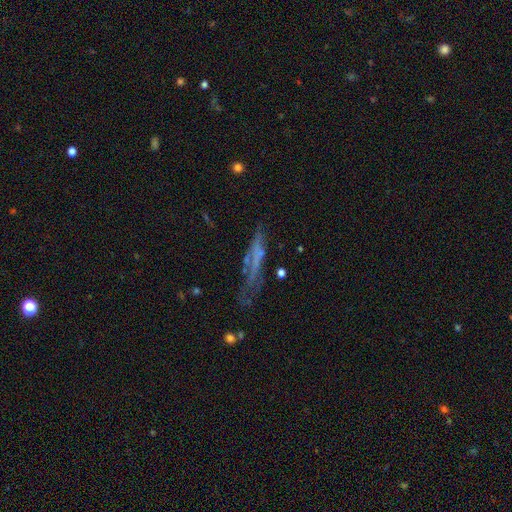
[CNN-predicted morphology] The model was most divided on "smooth or featured": featured or disk: 48%, smooth: 35%, star or artifact: 17%. More confident: merging — none (56%).